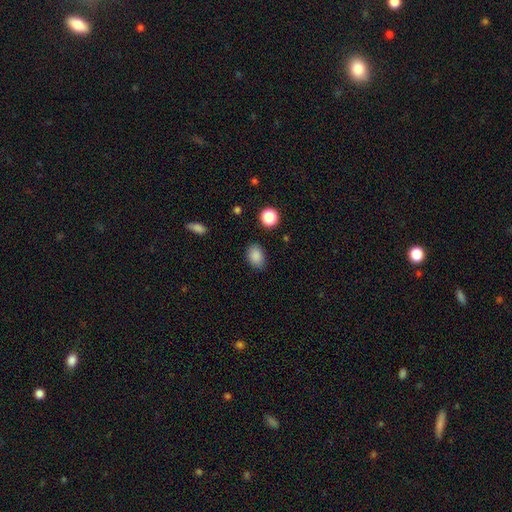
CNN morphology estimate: Smooth or featured? Predicted: smooth (p=0.87). How rounded? Predicted: in between (p=0.76). Merging? Predicted: none (p=0.80).